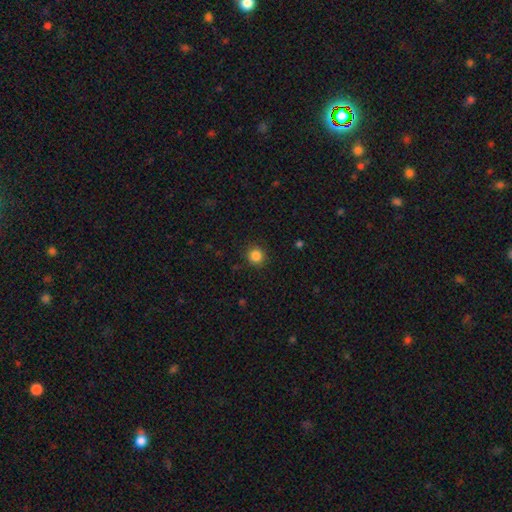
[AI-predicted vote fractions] smooth 85%, star or artifact 11%, featured or disk 4%. Down the decision tree: how rounded — round (92%); merging — none (90%).